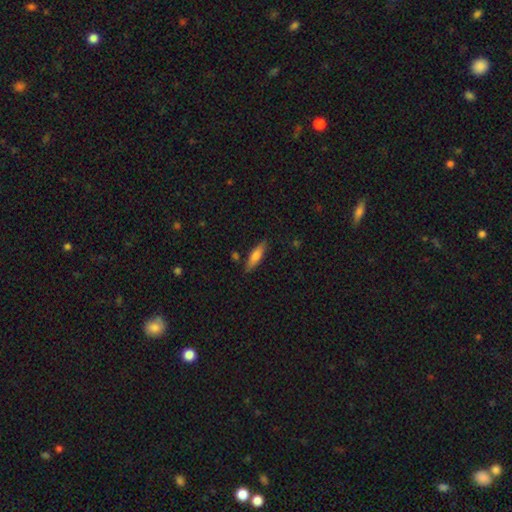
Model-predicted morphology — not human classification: Q: Smooth or featured?
A: smooth (70%); runner-up: featured or disk (23%)
Q: How rounded?
A: cigar-shaped (64%); runner-up: in between (34%)
Q: Merging?
A: none (84%); runner-up: minor disturbance (11%)